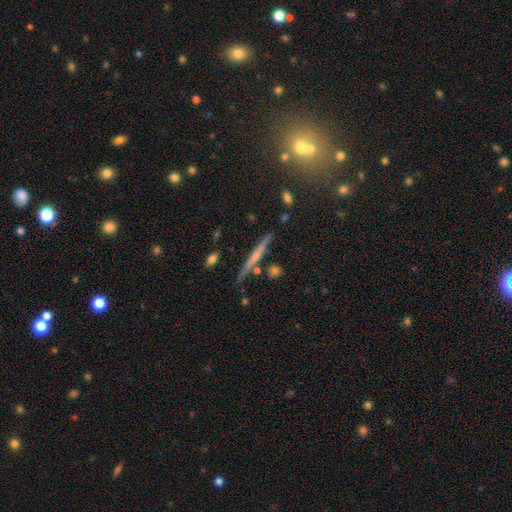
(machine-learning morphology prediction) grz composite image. It shows a featured or disk galaxy (62%) viewed edge-on (97%) with no central bulge (49%). Merging: none (82%).